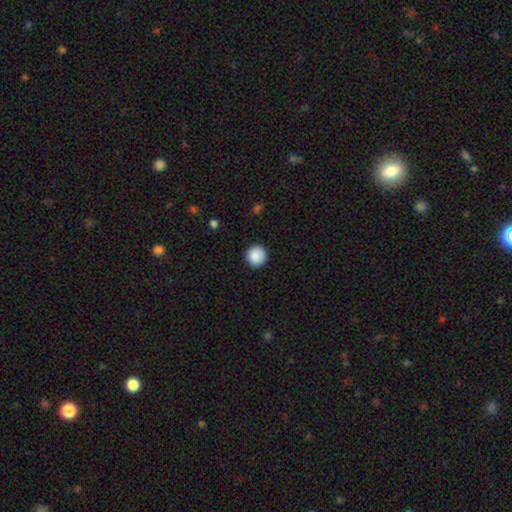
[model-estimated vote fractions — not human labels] smooth 89%, star or artifact 8%, featured or disk 3%. Down the decision tree: how rounded — round (95%); merging — none (92%).